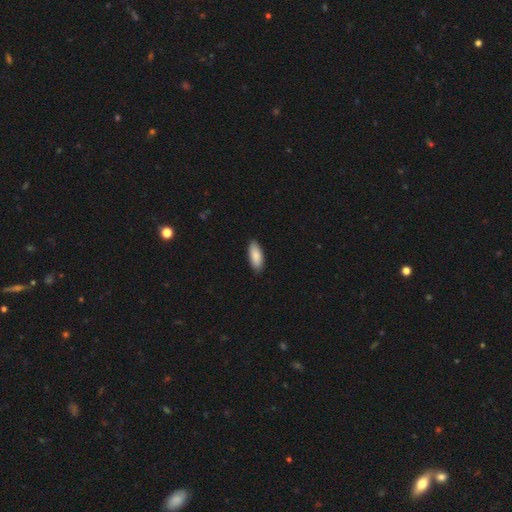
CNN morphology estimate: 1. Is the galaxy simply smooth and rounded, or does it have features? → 88% smooth, 6% featured or disk, 6% star or artifact.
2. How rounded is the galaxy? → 80% in between, 19% cigar-shaped, 2% round.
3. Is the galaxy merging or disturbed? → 88% none, 9% minor disturbance, 2% major disturbance, 1% merger.